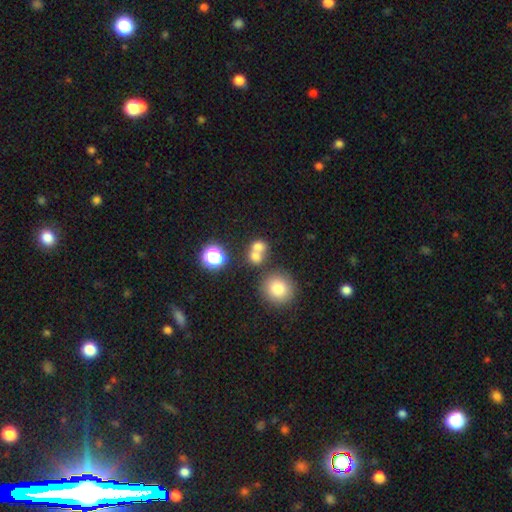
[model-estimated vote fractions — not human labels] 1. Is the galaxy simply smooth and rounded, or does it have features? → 70% smooth, 17% star or artifact, 13% featured or disk.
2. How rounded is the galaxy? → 75% round, 24% in between, 1% cigar-shaped.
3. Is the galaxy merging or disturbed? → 49% merger, 39% none, 7% minor disturbance, 4% major disturbance.